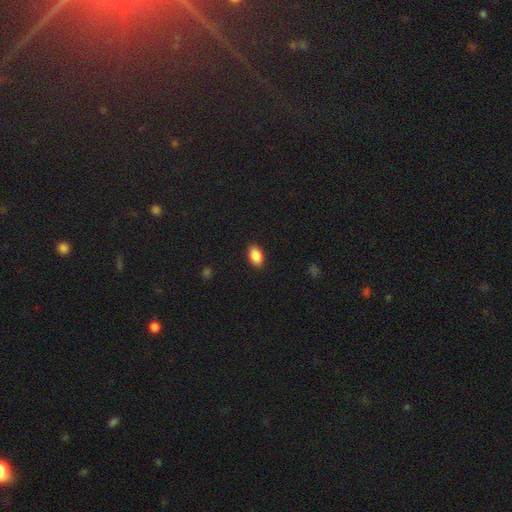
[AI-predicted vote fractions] This is clearly a smooth galaxy (89%). How rounded: clearly in between (92%). Merging: clearly none (89%).